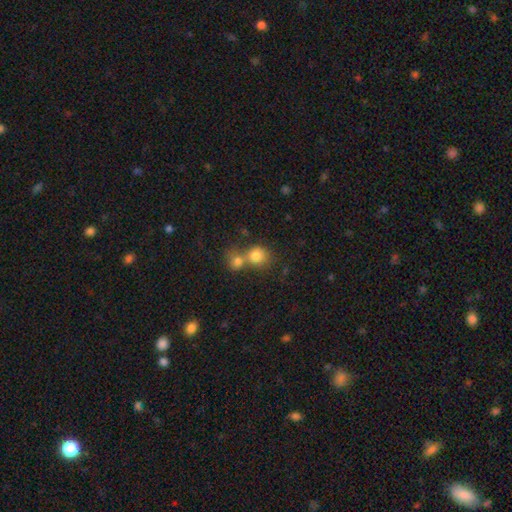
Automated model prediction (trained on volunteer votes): Morphology: type=smooth (79%); roundness=round (77%); merging=merger (55%).